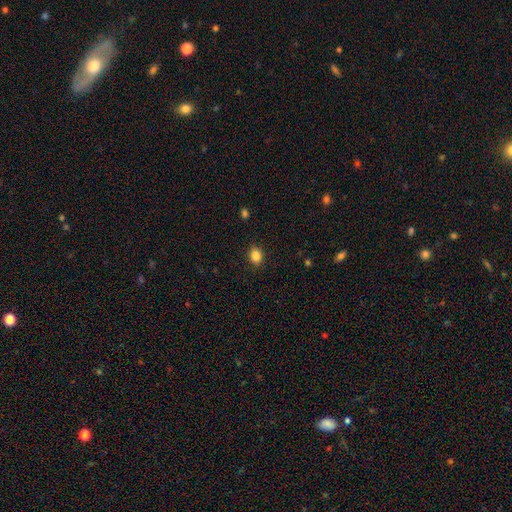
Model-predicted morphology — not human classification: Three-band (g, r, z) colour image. It shows a smooth galaxy with no disk features (85%) that is in between round and cigar-shaped (51%). Merging: none (89%).